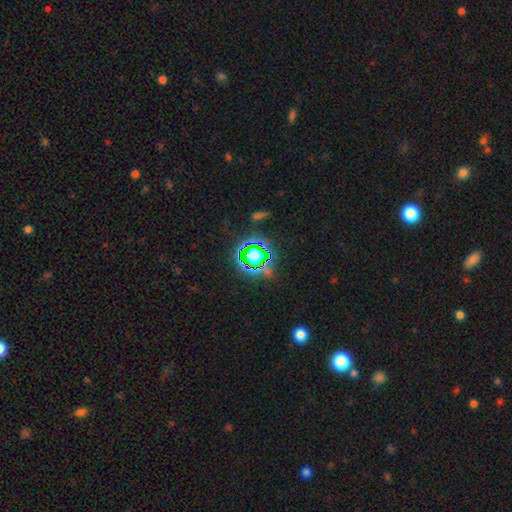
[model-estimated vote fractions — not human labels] A star or artifact, not a galaxy (66%).